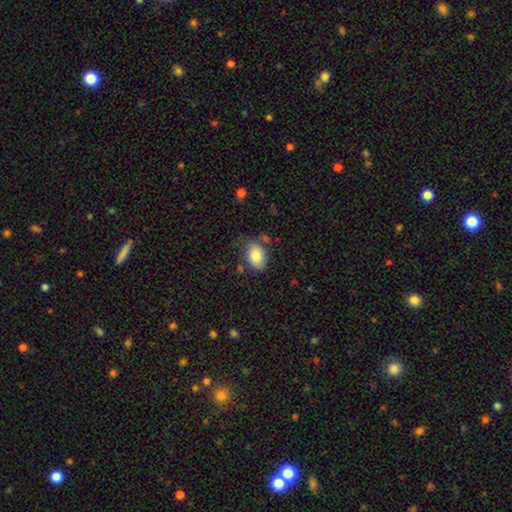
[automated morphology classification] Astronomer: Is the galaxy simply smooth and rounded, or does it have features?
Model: smooth — 84%.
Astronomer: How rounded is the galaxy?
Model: in between — 86%.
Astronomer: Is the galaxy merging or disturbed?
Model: none — 70%.